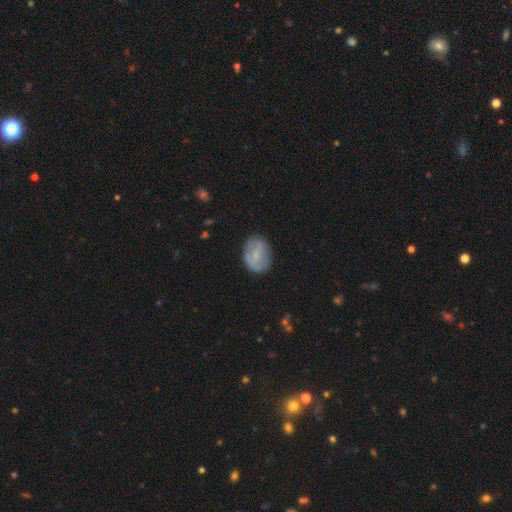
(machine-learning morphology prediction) Smooth or featured?
  - smooth: 56% *
  - featured or disk: 37%
  - star or artifact: 7%
How rounded?
  - in between: 68% *
  - round: 30%
  - cigar-shaped: 1%
Merging?
  - none: 73% *
  - minor disturbance: 20%
  - major disturbance: 6%
  - merger: 1%